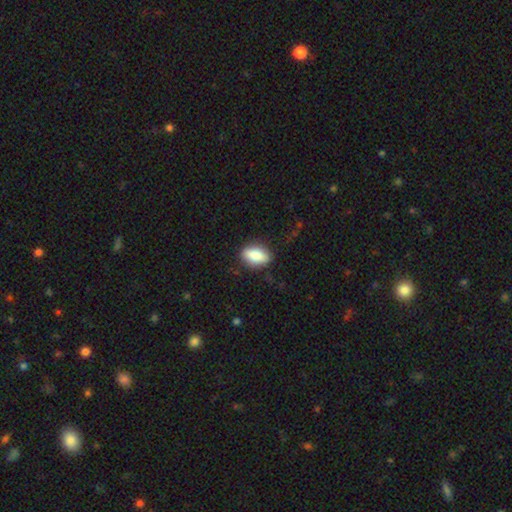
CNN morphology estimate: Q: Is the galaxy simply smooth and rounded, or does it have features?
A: smooth — 79%.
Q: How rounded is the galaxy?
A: in between — 84%.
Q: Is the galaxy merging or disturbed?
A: none — 84%.